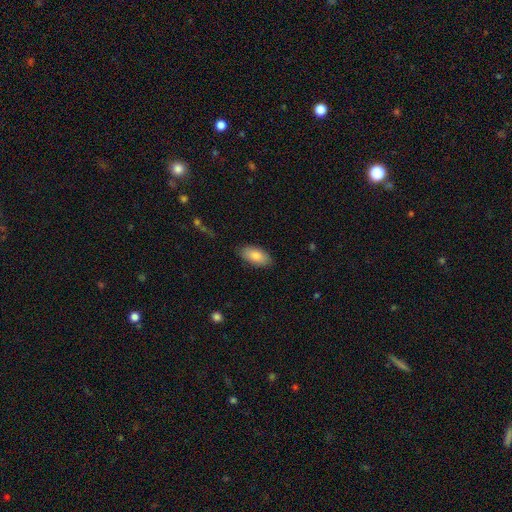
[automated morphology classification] Overall: smooth (84%). How rounded: in between (92%). Merging: none (85%).